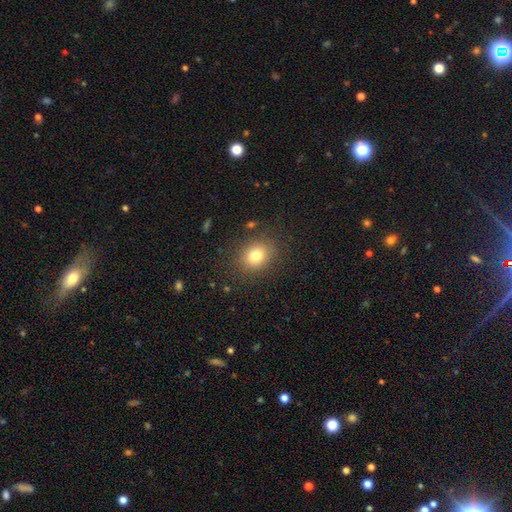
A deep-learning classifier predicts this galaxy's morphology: The model was most divided on "how rounded": round: 63%, in between: 36%, cigar-shaped: 1%. More confident: merging — none (85%); smooth or featured — smooth (78%).